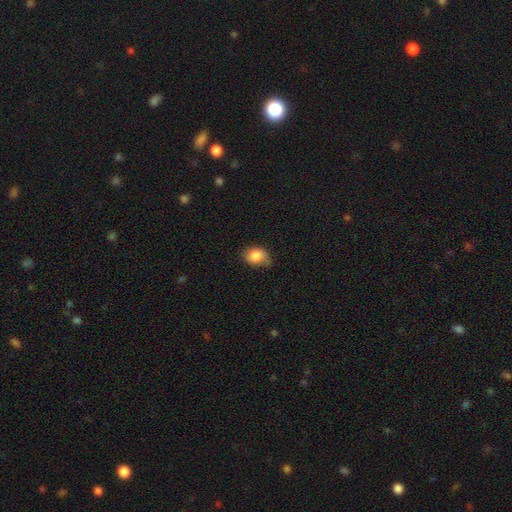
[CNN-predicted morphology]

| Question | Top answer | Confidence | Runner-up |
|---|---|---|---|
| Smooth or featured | smooth | 85% | star or artifact (8%) |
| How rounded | in between | 64% | round (35%) |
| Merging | none | 60% | minor disturbance (32%) |